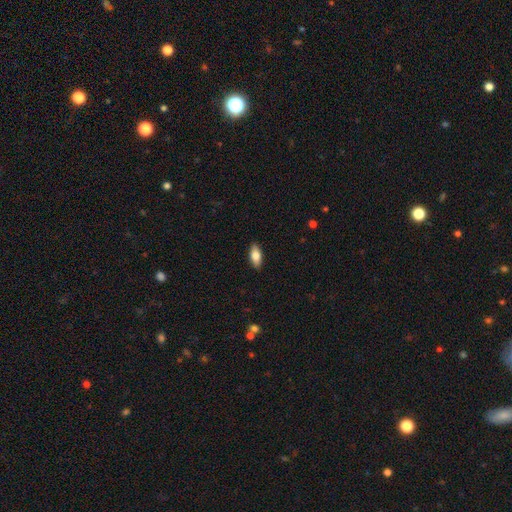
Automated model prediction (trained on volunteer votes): Smooth or featured? Predicted: smooth (p=0.79). How rounded? Predicted: in between (p=0.84). Merging? Predicted: none (p=0.89).